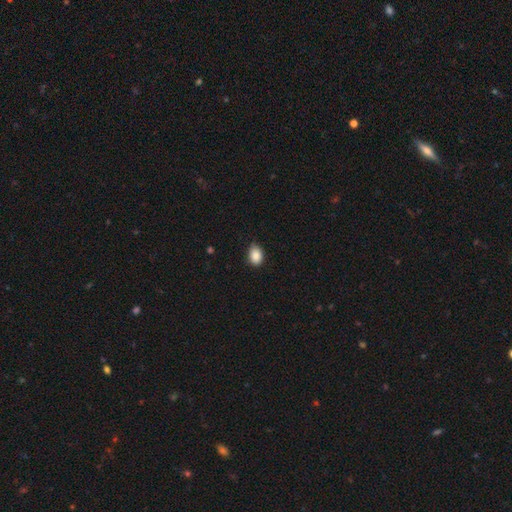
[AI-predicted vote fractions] This appears to be a smooth galaxy with no disk features (88%) that is in between round and cigar-shaped (77%). Merging: none (77%).